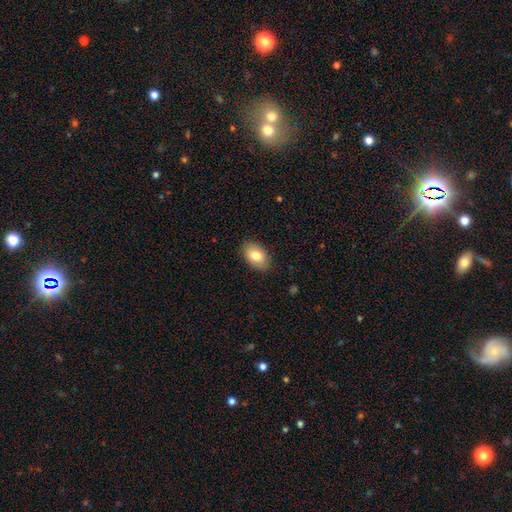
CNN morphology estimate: Smooth or featured: smooth — 81% (featured or disk — 12%)
How rounded: in between — 90% (round — 9%)
Merging: none — 88% (minor disturbance — 9%)